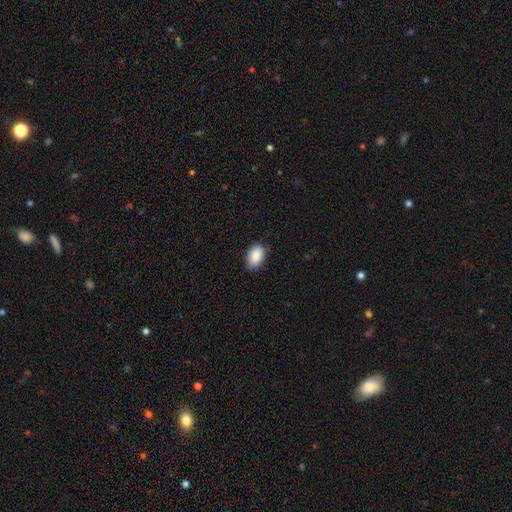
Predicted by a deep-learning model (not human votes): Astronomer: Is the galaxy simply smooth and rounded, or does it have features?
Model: smooth — 89%.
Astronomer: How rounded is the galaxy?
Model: in between — 91%.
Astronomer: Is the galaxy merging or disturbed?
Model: none — 84%.